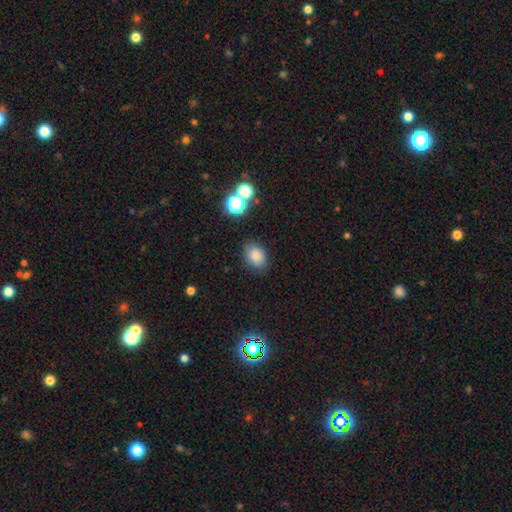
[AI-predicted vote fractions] Overall: smooth (82%). How rounded: in between (72%). Merging: none (79%).